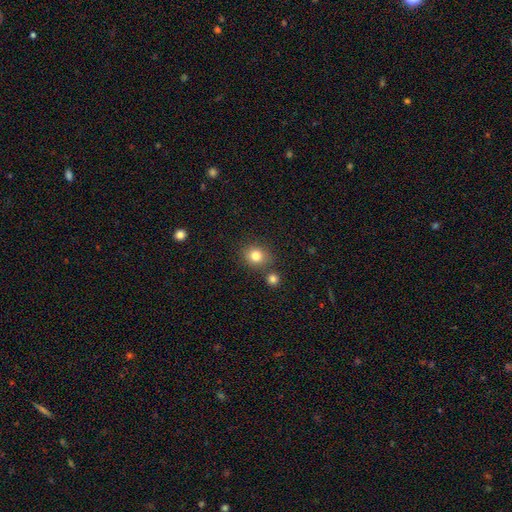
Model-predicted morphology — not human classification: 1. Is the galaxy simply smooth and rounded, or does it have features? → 81% smooth, 12% star or artifact, 7% featured or disk.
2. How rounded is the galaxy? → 76% round, 23% in between, 1% cigar-shaped.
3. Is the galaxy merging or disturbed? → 74% none, 12% merger, 11% minor disturbance, 3% major disturbance.